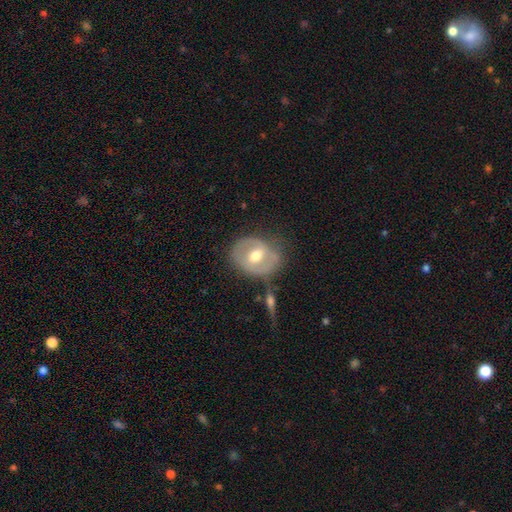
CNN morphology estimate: Overall: featured or disk (56%; smooth 38%). Edge-on disk: no (92%). Bar: weak (43%; no 32%). Spiral arms: no (63%; yes 37%). Bulge size: moderate (77%). Merging: none (62%).